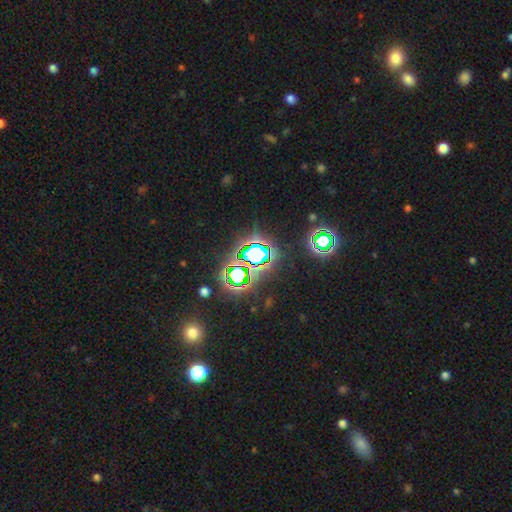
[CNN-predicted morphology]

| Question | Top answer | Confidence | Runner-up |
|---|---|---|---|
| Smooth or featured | star or artifact | 75% | smooth (15%) |